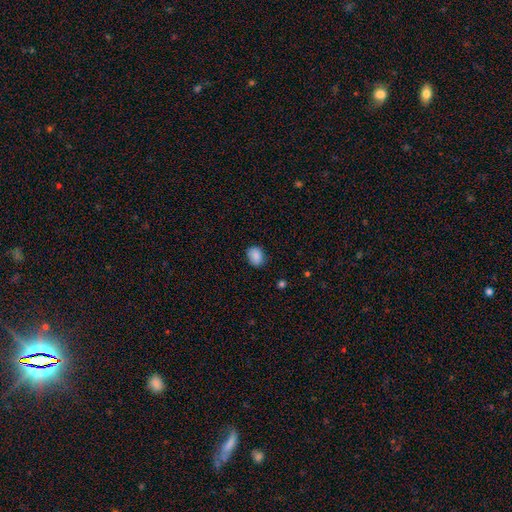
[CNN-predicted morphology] Smooth or featured: smooth — 87% (star or artifact — 8%)
How rounded: in between — 55% (round — 44%)
Merging: none — 80% (minor disturbance — 16%)